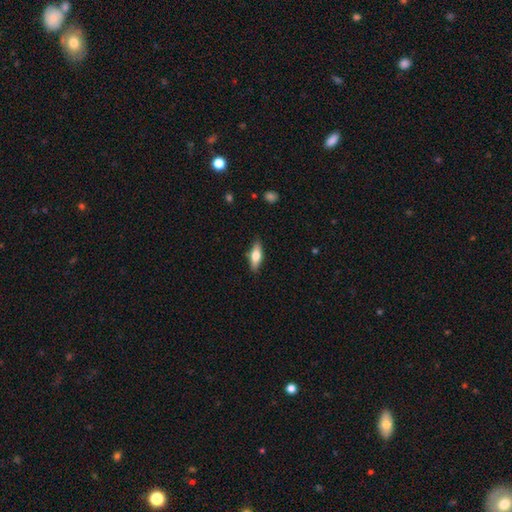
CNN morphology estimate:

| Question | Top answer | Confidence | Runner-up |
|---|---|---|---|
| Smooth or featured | smooth | 62% | featured or disk (32%) |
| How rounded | in between | 58% | cigar-shaped (40%) |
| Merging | none | 86% | minor disturbance (11%) |